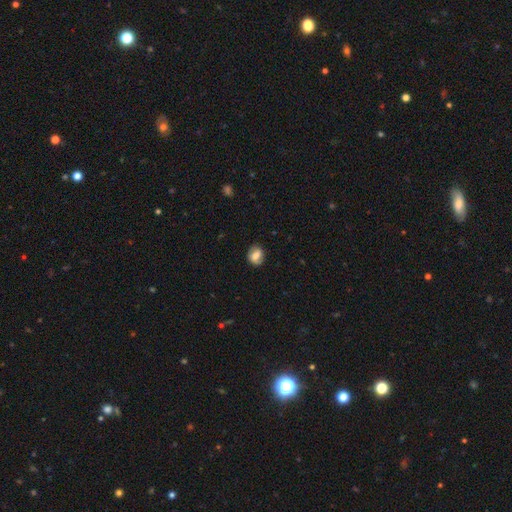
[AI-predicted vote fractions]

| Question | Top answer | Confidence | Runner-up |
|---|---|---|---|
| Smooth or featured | smooth | 59% | featured or disk (32%) |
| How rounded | round | 54% | in between (45%) |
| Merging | none | 80% | minor disturbance (14%) |